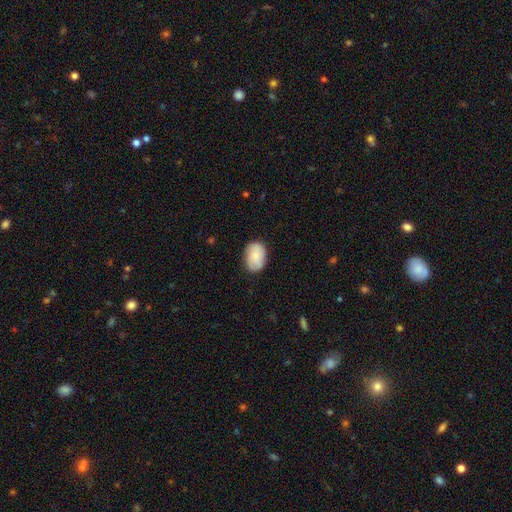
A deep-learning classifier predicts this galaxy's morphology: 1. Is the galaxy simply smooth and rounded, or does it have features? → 75% smooth, 18% featured or disk, 7% star or artifact.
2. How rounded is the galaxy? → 81% in between, 18% round, 1% cigar-shaped.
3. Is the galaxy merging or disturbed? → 78% none, 17% minor disturbance, 3% major disturbance, 1% merger.